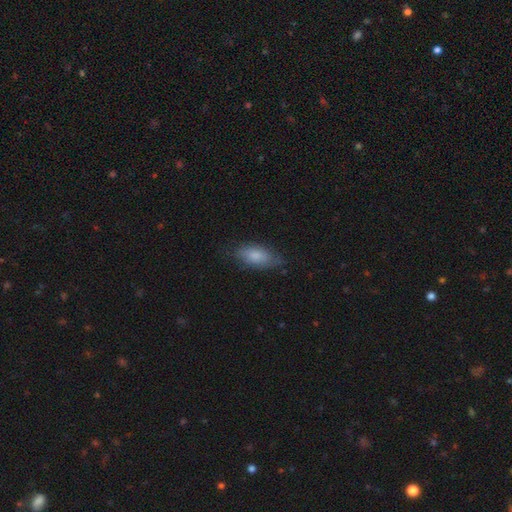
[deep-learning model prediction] Morphology: type=smooth (77%); roundness=in between (87%); merging=none (69%).